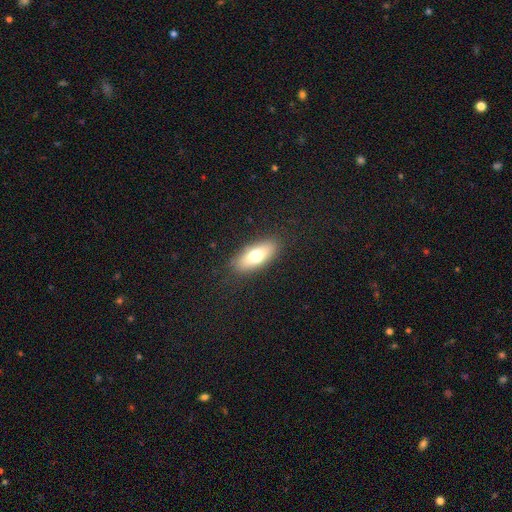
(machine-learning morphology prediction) This is likely a smooth galaxy (69%). How rounded: likely in between (75%). Merging: clearly none (85%).